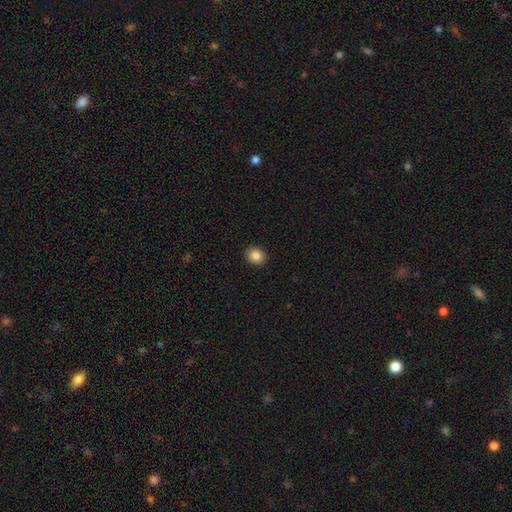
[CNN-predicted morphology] The model was most divided on "how rounded": round: 68%, in between: 31%, cigar-shaped: 1%. More confident: merging — none (92%); smooth or featured — smooth (86%).